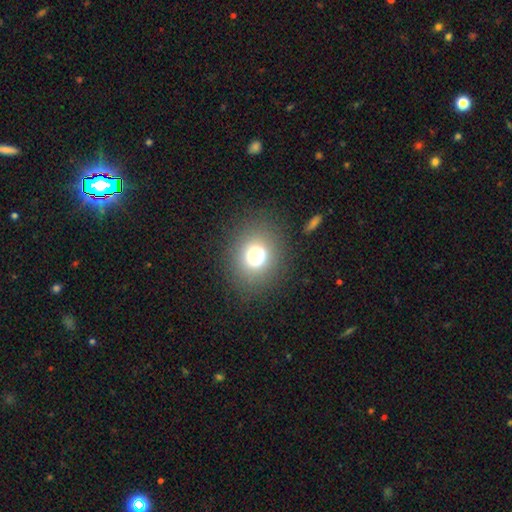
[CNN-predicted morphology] Smooth or featured? Predicted: smooth (p=0.75). How rounded? Predicted: round (p=0.72). Merging? Predicted: none (p=0.85).